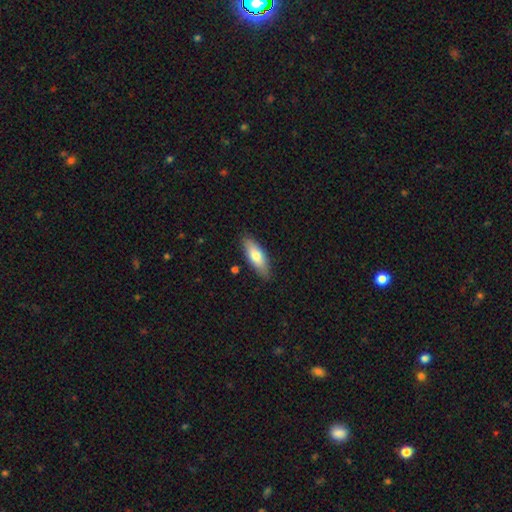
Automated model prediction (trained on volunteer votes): Q: Smooth or featured?
A: smooth (73%); runner-up: featured or disk (21%)
Q: How rounded?
A: in between (63%); runner-up: cigar-shaped (35%)
Q: Merging?
A: none (84%); runner-up: minor disturbance (12%)